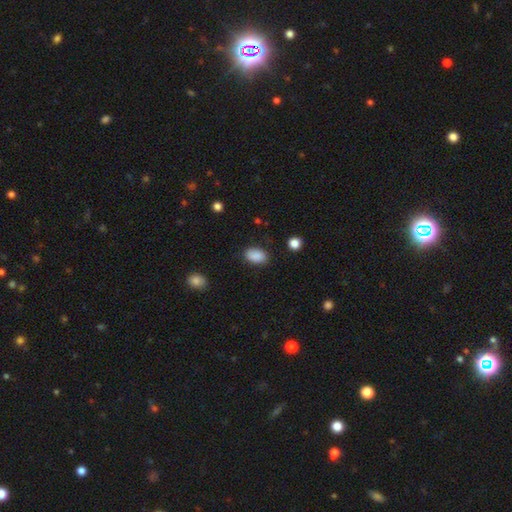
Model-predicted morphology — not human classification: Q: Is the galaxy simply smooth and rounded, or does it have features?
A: smooth — 89%.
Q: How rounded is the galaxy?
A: in between — 89%.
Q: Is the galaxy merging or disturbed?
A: none — 83%.